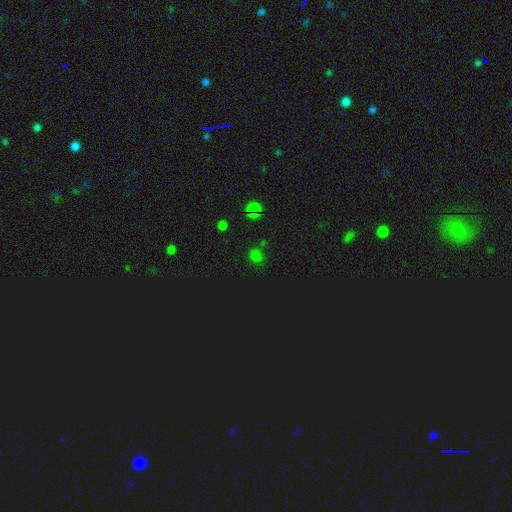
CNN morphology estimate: Smooth or featured? Predicted: smooth (p=0.50). Merging? Predicted: none (p=0.77).